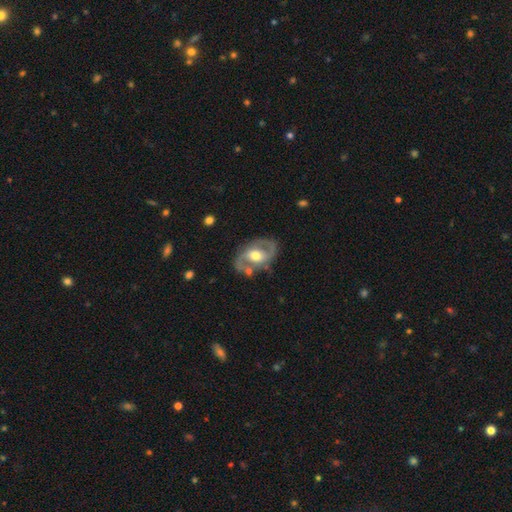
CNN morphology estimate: Smooth or featured? featured or disk (81%)
Edge-on disk? no (96%)
Bar? no (40%)
Spiral arms? yes (85%)
Spiral winding? medium (54%)
Spiral arm count? 2 (89%)
Bulge size? moderate (72%)
Merging? none (74%)